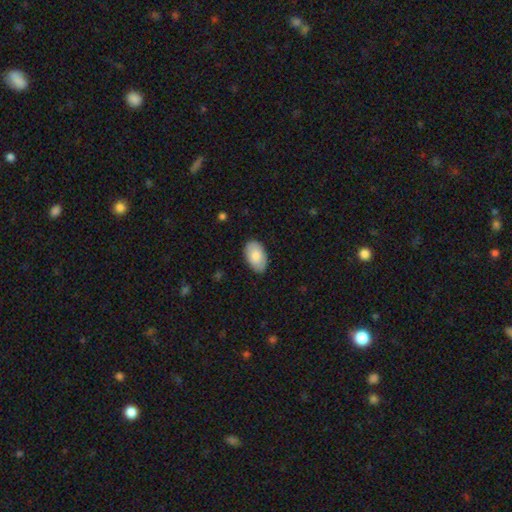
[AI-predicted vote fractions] Morphology: type=smooth (84%); roundness=in between (94%); merging=none (85%).